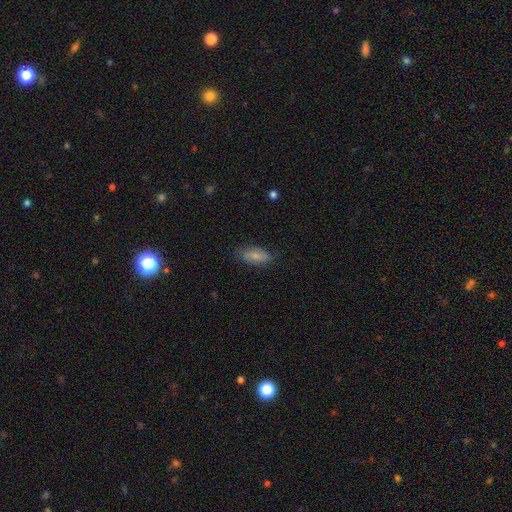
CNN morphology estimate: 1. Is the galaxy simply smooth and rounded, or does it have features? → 72% smooth, 21% featured or disk, 7% star or artifact.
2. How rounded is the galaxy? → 86% in between, 11% cigar-shaped, 3% round.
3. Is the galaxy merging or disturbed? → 76% none, 19% minor disturbance, 4% major disturbance, 1% merger.